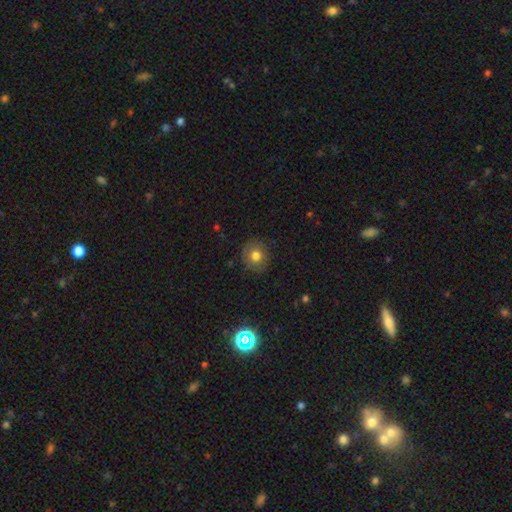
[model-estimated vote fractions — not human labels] Smooth or featured: smooth — 72% (featured or disk — 17%)
How rounded: round — 84% (in between — 15%)
Merging: none — 83% (minor disturbance — 12%)